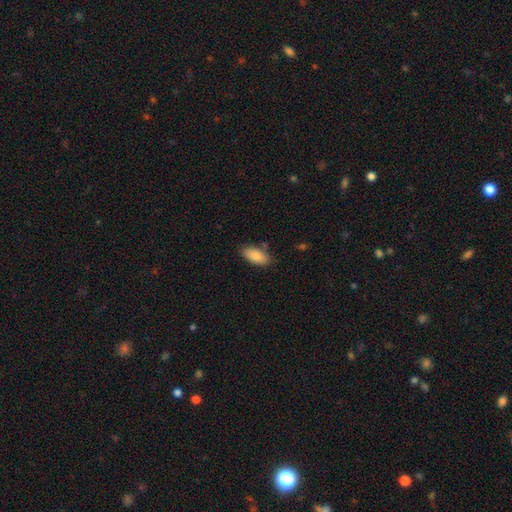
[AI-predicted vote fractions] Q: Smooth or featured?
A: smooth (85%); runner-up: featured or disk (8%)
Q: How rounded?
A: in between (91%); runner-up: cigar-shaped (7%)
Q: Merging?
A: none (77%); runner-up: minor disturbance (15%)